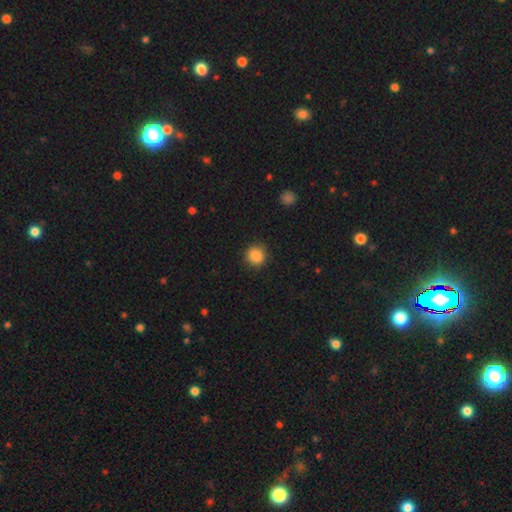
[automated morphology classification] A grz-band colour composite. It shows a smooth galaxy with no disk features (87%) that is round (90%). Merging: none (89%).